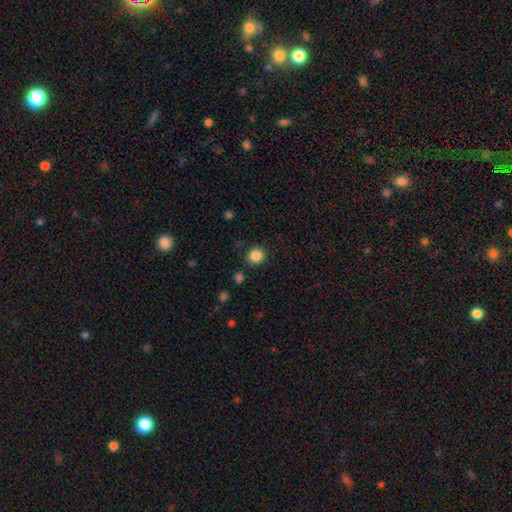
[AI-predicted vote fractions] This is clearly a smooth galaxy (86%). How rounded: clearly round (87%). Merging: clearly none (88%).